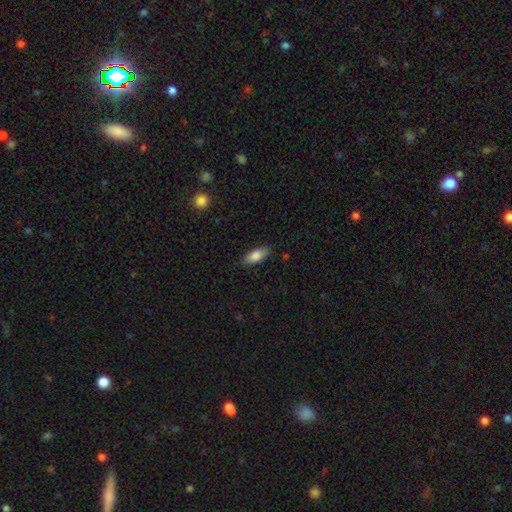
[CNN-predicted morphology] This appears to be a smooth galaxy with no disk features (82%) that is in between round and cigar-shaped (83%). Merging: none (85%).